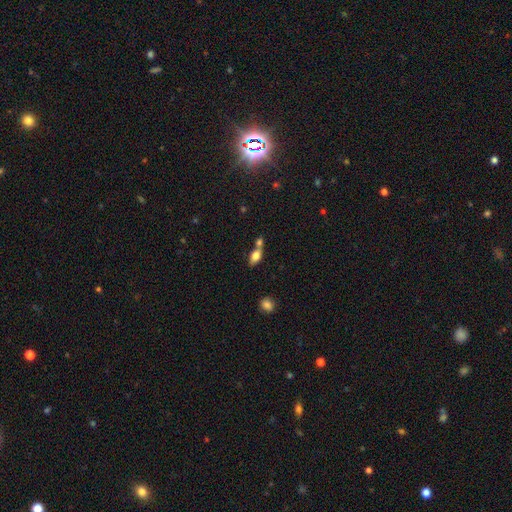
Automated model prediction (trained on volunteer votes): This is likely a smooth galaxy (76%). How rounded: likely in between (80%). Merging: marginally merger (44%).